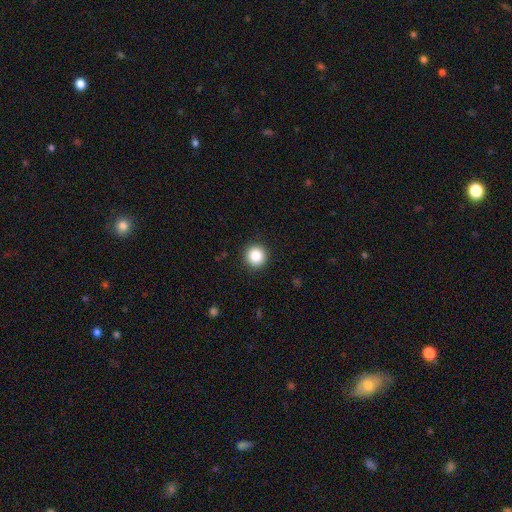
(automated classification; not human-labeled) Smooth or featured? Predicted: smooth (p=0.86). How rounded? Predicted: round (p=0.94). Merging? Predicted: none (p=0.92).